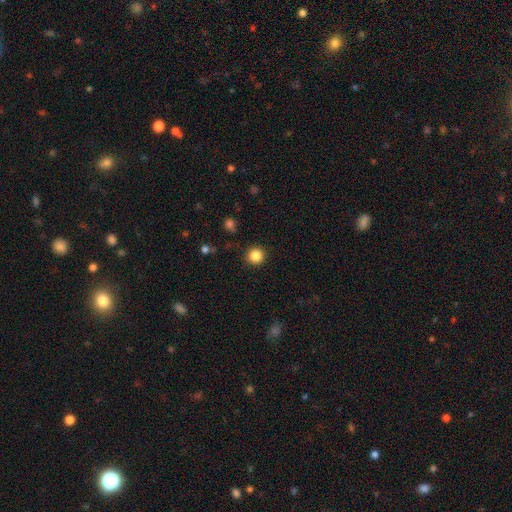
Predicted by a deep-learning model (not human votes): Morphology: type=smooth (86%); roundness=round (95%); merging=none (92%).